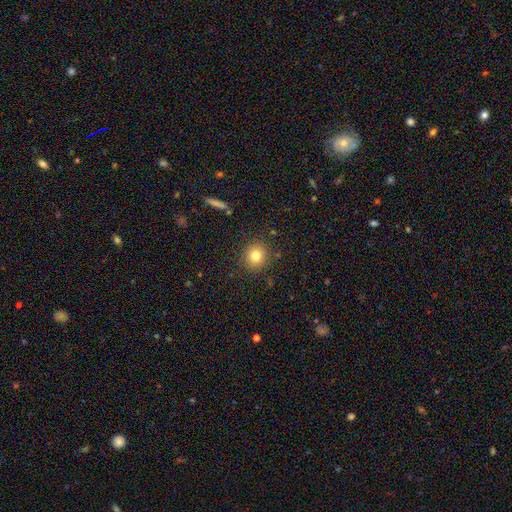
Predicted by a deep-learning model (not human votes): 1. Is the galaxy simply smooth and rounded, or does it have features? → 78% smooth, 13% star or artifact, 9% featured or disk.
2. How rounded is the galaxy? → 90% round, 9% in between, 1% cigar-shaped.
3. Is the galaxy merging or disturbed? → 89% none, 7% minor disturbance, 2% major disturbance, 1% merger.